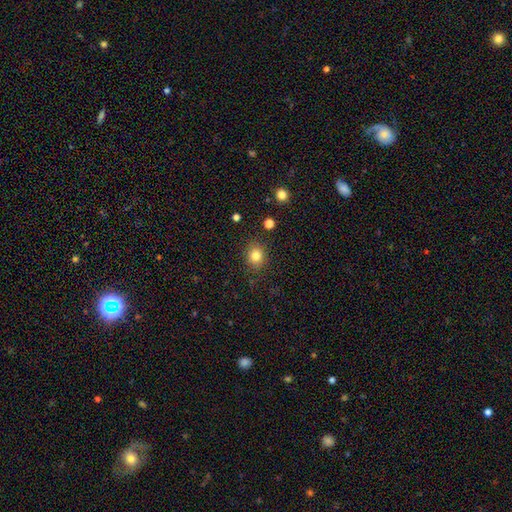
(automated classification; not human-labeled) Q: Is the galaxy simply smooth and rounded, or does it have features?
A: smooth — 81%.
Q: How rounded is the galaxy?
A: round — 67%.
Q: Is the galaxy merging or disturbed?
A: none — 86%.